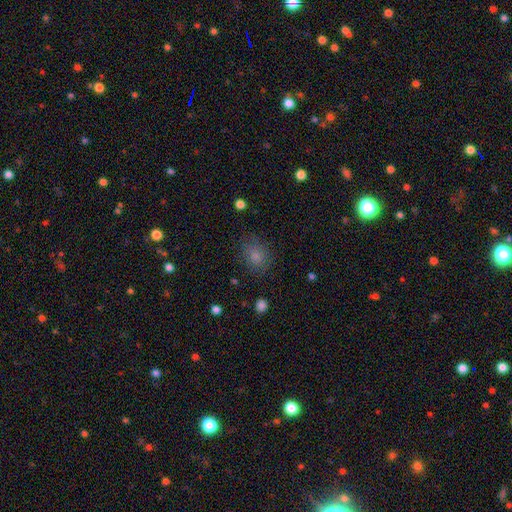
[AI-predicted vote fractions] Overall: smooth (79%). How rounded: round (52%; in between 47%). Merging: none (77%).